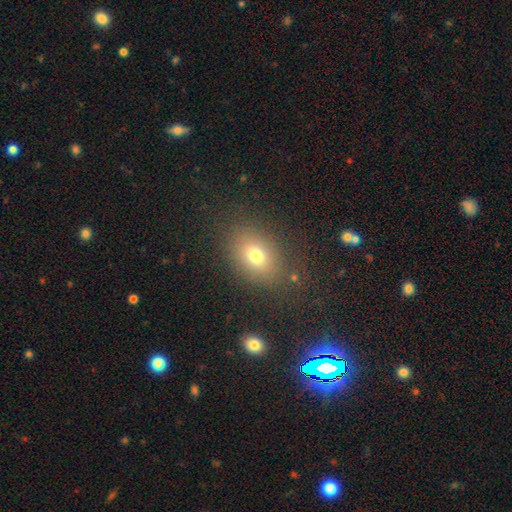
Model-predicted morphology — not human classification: smooth_or_featured: smooth (p=0.73) [alt: star or artifact p=0.15]
how_rounded: in between (p=0.70) [alt: round p=0.28]
merging: none (p=0.81) [alt: minor disturbance p=0.11]